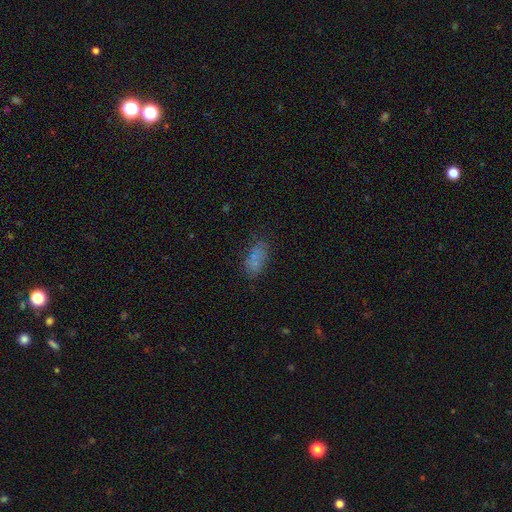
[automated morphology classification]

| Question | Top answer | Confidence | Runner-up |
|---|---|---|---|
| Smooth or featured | smooth | 67% | featured or disk (18%) |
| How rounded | in between | 88% | cigar-shaped (6%) |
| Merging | none | 65% | minor disturbance (19%) |